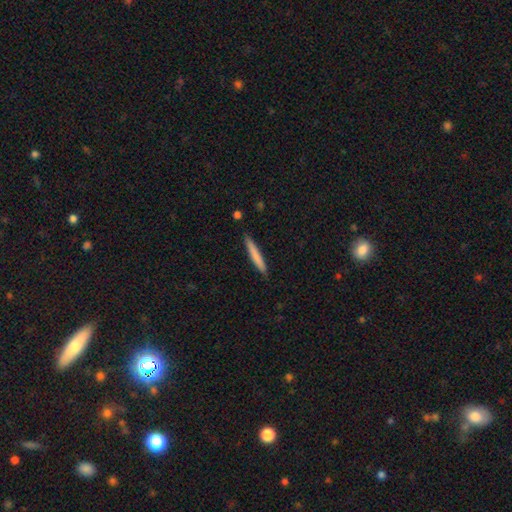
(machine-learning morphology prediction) smooth_or_featured: smooth (p=0.74) [alt: featured or disk p=0.20]
how_rounded: cigar-shaped (p=0.95) [alt: in between p=0.04]
merging: none (p=0.89) [alt: minor disturbance p=0.08]